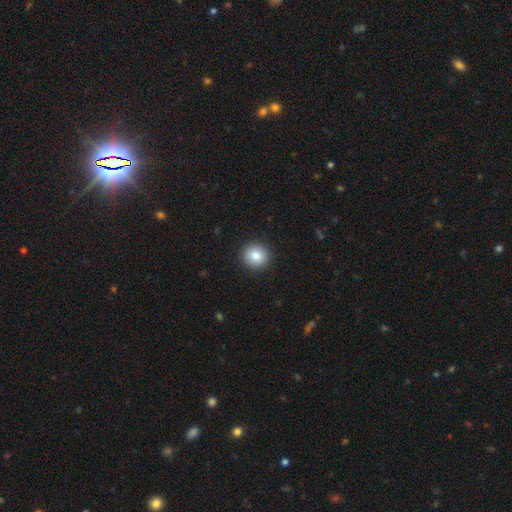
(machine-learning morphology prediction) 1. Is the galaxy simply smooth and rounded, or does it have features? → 85% smooth, 9% star or artifact, 6% featured or disk.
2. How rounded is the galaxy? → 92% round, 7% in between, 1% cigar-shaped.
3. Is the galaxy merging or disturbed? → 92% none, 5% minor disturbance, 2% major disturbance, 1% merger.